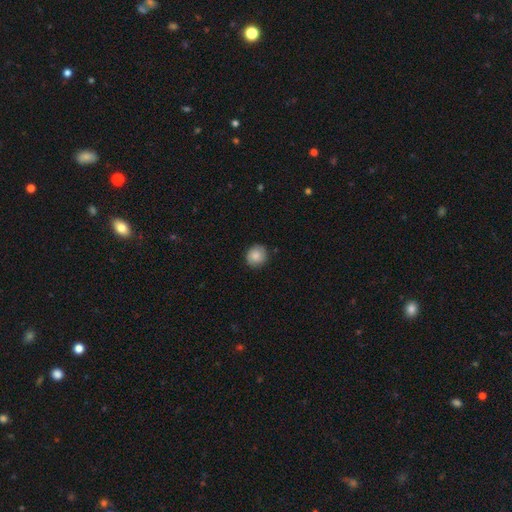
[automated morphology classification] This appears to be a smooth galaxy with no disk features (79%) that is round (85%). Merging: none (87%).